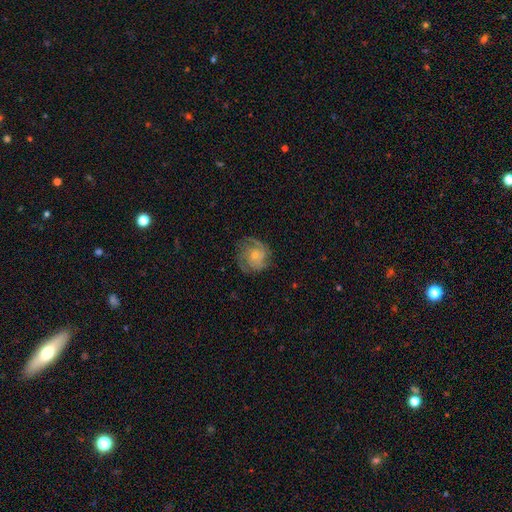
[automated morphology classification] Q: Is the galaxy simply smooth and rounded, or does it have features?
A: featured or disk — 75%.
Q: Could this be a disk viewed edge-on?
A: no — 98%.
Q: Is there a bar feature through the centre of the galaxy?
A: no — 73%.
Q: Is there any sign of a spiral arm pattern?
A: yes — 93%.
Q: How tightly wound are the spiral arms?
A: tight — 49%.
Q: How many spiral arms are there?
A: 3 — 31%.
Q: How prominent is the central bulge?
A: small — 60%.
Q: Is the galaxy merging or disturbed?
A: none — 70%.